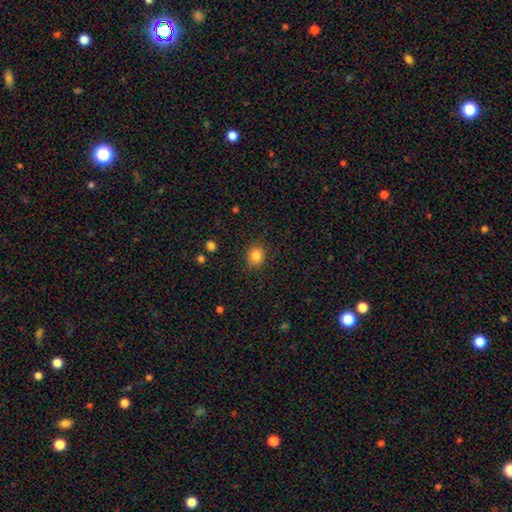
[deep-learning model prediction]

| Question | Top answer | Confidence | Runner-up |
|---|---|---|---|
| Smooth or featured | smooth | 84% | star or artifact (11%) |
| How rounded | round | 72% | in between (27%) |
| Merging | none | 88% | minor disturbance (8%) |